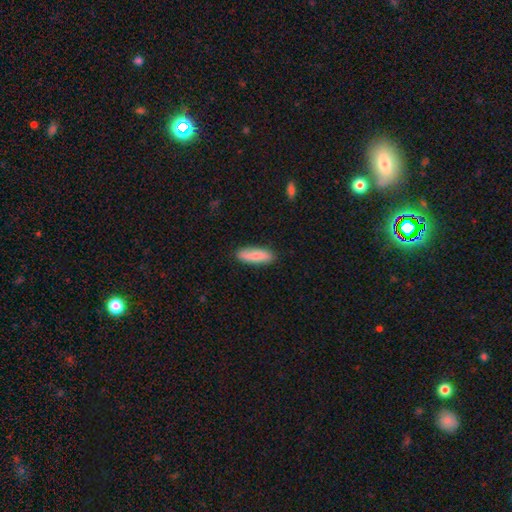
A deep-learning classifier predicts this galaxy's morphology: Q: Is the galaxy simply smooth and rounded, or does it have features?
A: smooth — 82%.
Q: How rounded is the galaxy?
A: cigar-shaped — 55%.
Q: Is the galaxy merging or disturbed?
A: none — 87%.